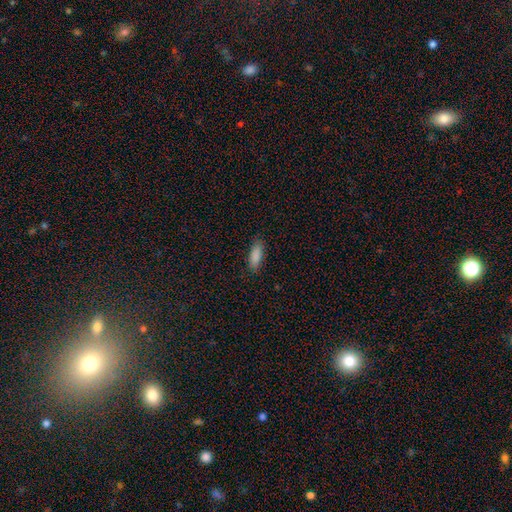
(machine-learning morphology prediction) Smooth or featured? smooth (89%)
How rounded? in between (68%)
Merging? none (86%)